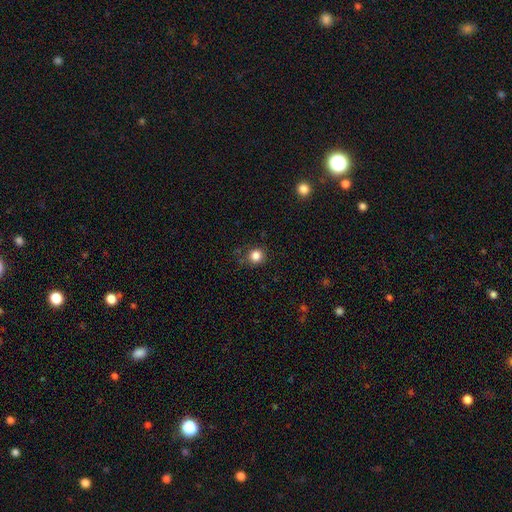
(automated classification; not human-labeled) Overall: smooth (84%). How rounded: round (91%). Merging: none (84%).